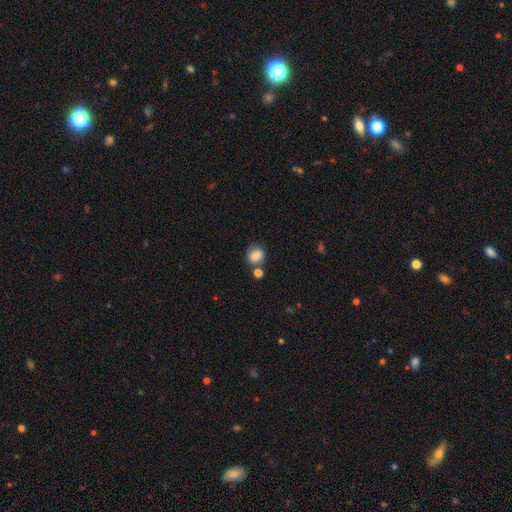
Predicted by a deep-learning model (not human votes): Morphology: type=smooth (83%); roundness=round (55%); merging=none (60%).